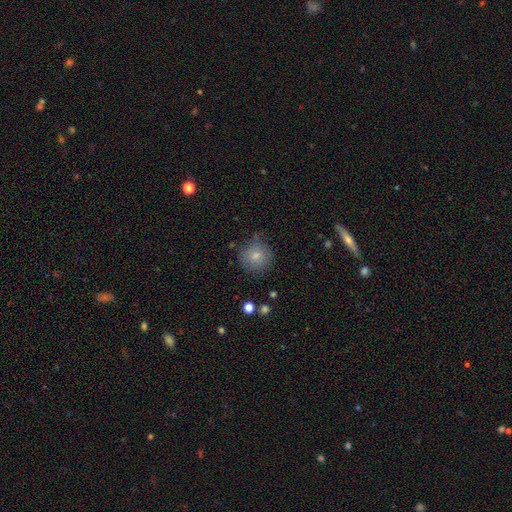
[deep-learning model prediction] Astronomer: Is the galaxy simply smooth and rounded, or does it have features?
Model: smooth — 80%.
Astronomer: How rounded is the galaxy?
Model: round — 92%.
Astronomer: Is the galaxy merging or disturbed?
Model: none — 75%.